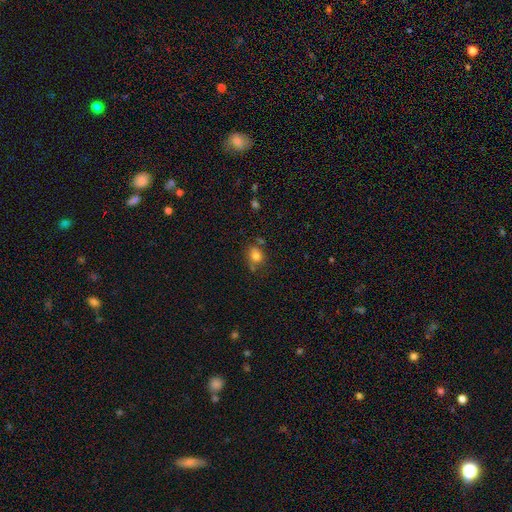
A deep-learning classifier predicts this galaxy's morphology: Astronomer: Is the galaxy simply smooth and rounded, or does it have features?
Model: smooth — 78%.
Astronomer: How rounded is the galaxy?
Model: round — 61% (runner-up: in between, 38%).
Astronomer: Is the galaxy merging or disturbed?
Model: none — 63%.